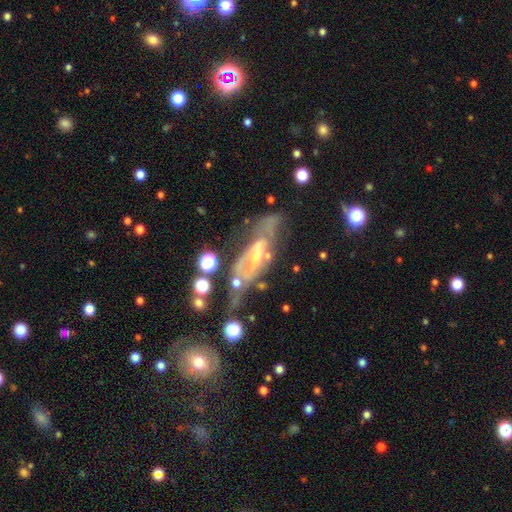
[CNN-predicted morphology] Smooth or featured: featured or disk — 75% (smooth — 15%)
Edge-on disk: no — 79% (yes — 21%)
Bar: no — 43% (weak — 36%)
Spiral arms: yes — 65% (no — 35%)
Bulge size: small — 48% (moderate — 41%)
Merging: none — 39% (major disturbance — 28%)